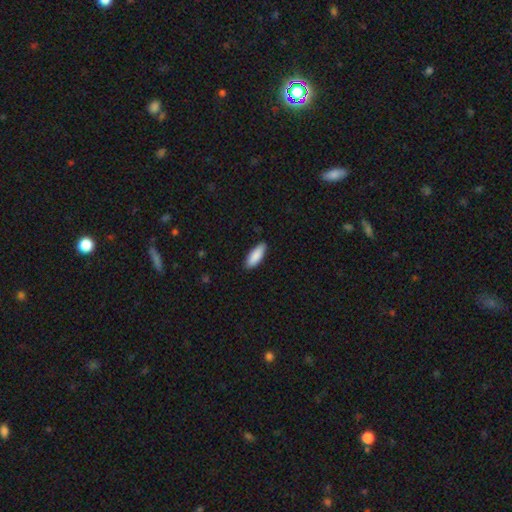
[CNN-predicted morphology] This appears to be a smooth galaxy with no disk features (89%) that is in between round and cigar-shaped (68%). Merging: none (87%).